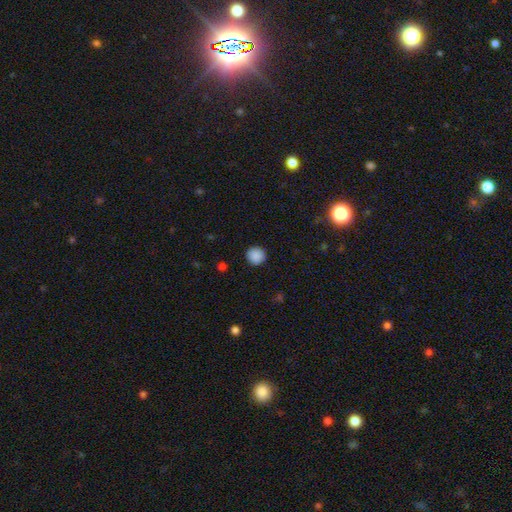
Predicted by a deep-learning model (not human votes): The model was most divided on "smooth or featured": smooth: 88%, star or artifact: 9%, featured or disk: 3%. More confident: how rounded — round (94%); merging — none (91%).